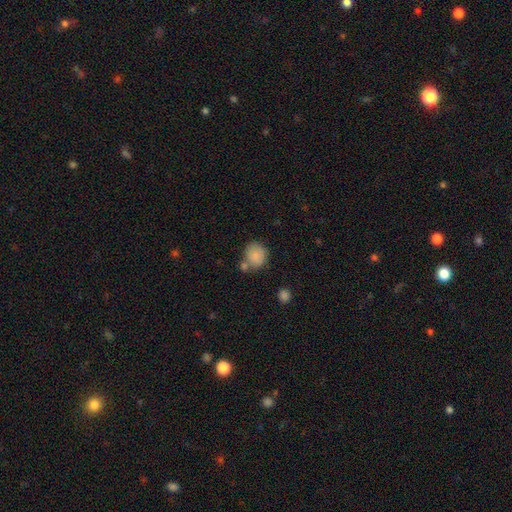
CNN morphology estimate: This is clearly a smooth galaxy (85%). How rounded: likely round (75%). Merging: possibly none (58%).